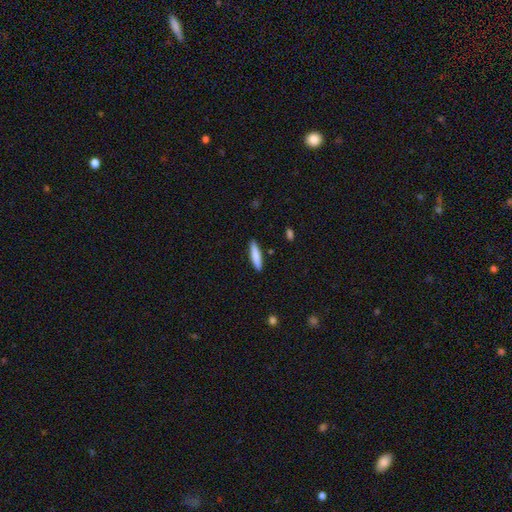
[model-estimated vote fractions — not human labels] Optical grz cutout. It shows a smooth galaxy with no disk features (83%) that is cigar-shaped (84%). Merging: none (89%).